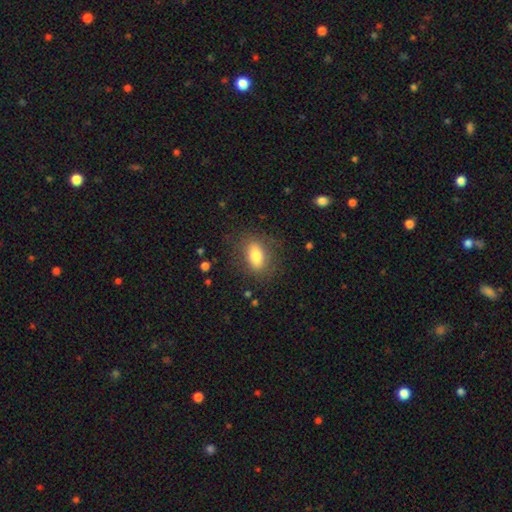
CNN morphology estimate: Smooth or featured: smooth — 77% (featured or disk — 15%)
How rounded: in between — 84% (round — 11%)
Merging: none — 79% (minor disturbance — 14%)